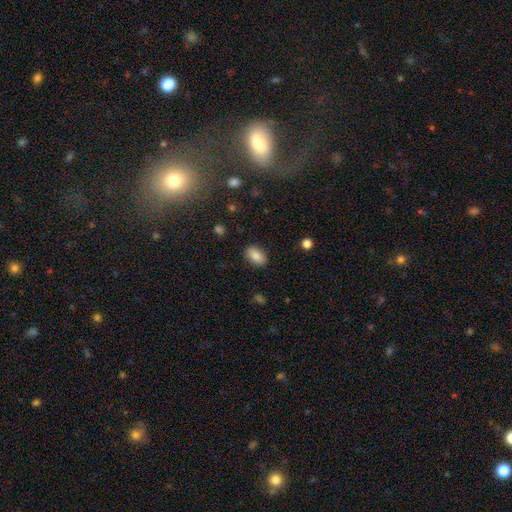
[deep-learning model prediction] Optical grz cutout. It shows a smooth galaxy with no disk features (85%) that is in between round and cigar-shaped (90%). Merging: none (87%).